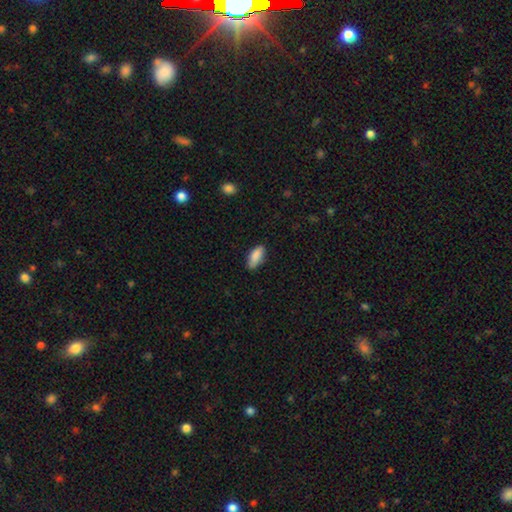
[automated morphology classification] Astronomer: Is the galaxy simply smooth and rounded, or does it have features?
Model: smooth — 87%.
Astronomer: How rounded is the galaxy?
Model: in between — 79%.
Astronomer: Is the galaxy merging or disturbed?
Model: none — 80%.